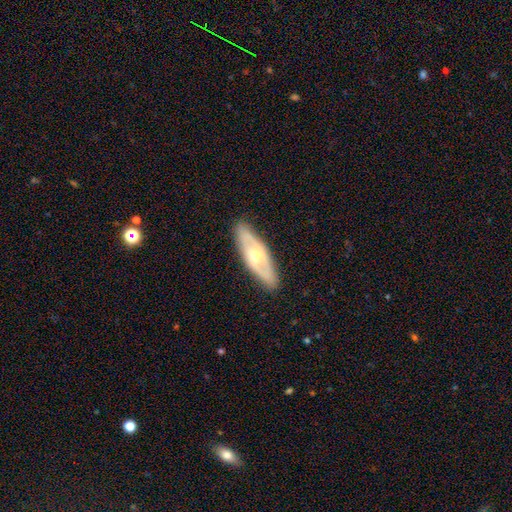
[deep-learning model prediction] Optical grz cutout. It shows a featured or disk galaxy (62%). Merging: none (87%).